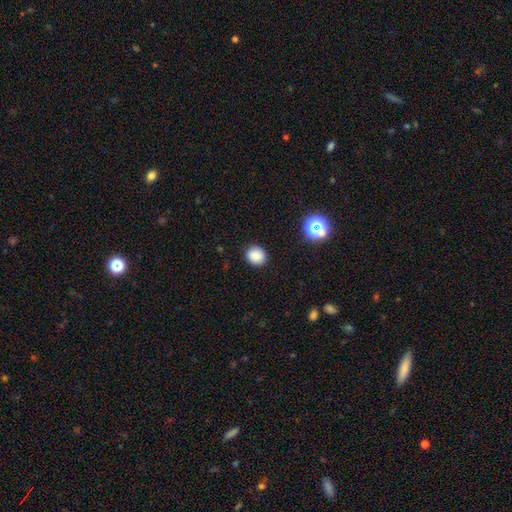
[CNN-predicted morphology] A smooth galaxy with no disk features (84%) that is round (77%). Merging: none (89%).